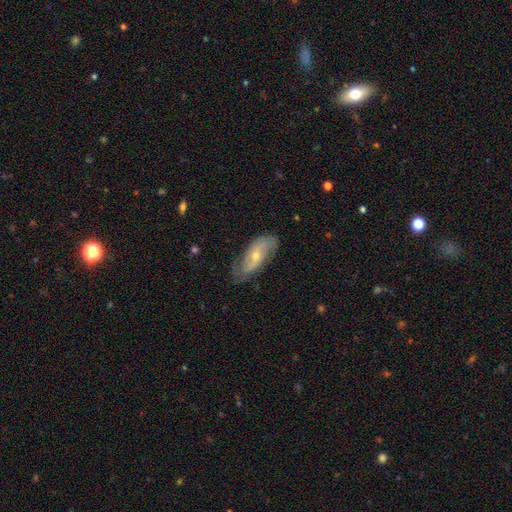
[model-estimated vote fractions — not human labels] Overall: featured or disk (68%). Edge-on disk: no (86%). Bar: no (60%; weak 30%). Spiral arms: yes (85%). Bulge size: small (56%; moderate 41%). Merging: none (72%).